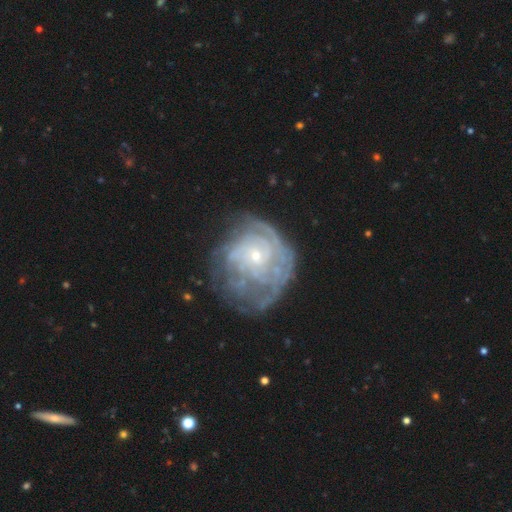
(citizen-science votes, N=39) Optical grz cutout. It shows a featured or disk galaxy (67%) with no bar (84%), 3 (31%, tied with can't tell) tight (75%) spiral arms (64%) and a small central bulge (64%). Merging: none (49%).